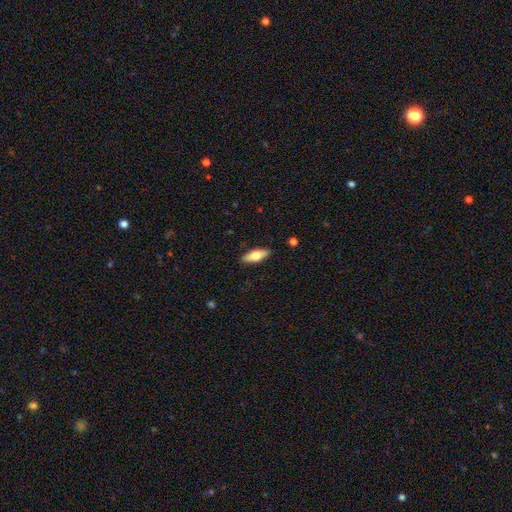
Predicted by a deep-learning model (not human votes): This appears to be a smooth galaxy with no disk features (59%) that is in between round and cigar-shaped (63%). Merging: none (89%).